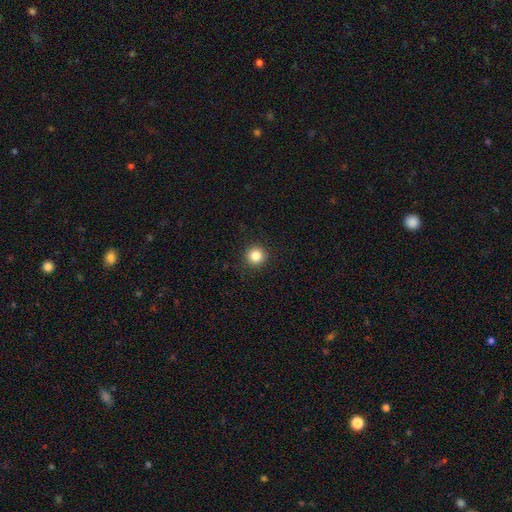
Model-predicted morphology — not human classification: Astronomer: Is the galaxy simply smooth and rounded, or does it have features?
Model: smooth — 85%.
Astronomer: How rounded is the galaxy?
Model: round — 95%.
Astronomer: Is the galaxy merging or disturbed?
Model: none — 92%.